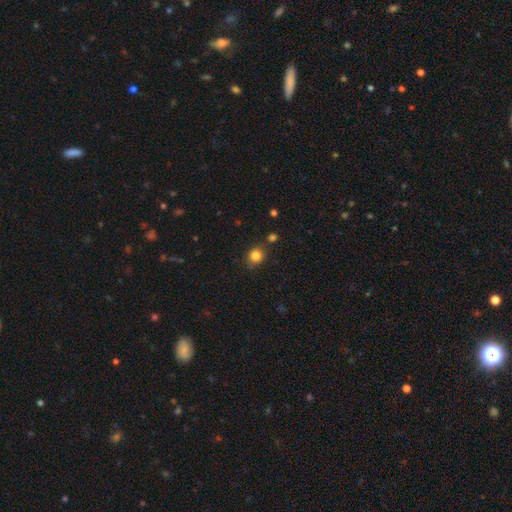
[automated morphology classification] smooth-or-featured: smooth: 83% | star or artifact: 12% | featured or disk: 5%
  how-rounded: round: 81% | in between: 18% | cigar-shaped: 1%
  merging: none: 80% | minor disturbance: 11% | merger: 6% | major disturbance: 3%